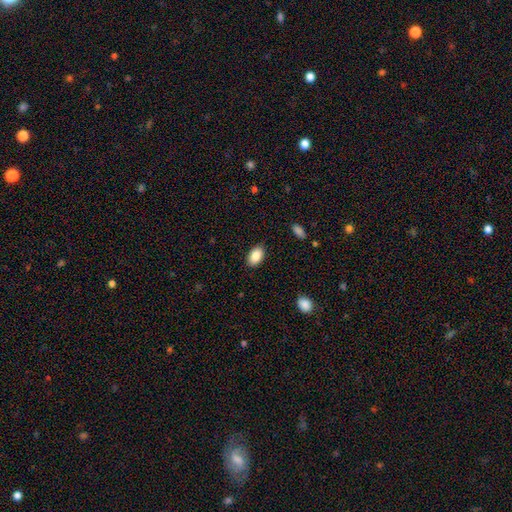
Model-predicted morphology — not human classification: A smooth galaxy with no disk features (87%) that is in between round and cigar-shaped (91%).

Vote fractions:
- Smooth or featured? smooth: 87% / star or artifact: 7% / featured or disk: 6%
- How rounded? in between: 91% / round: 8% / cigar-shaped: 1%
- Merging? none: 87% / minor disturbance: 9% / major disturbance: 2% / merger: 1%